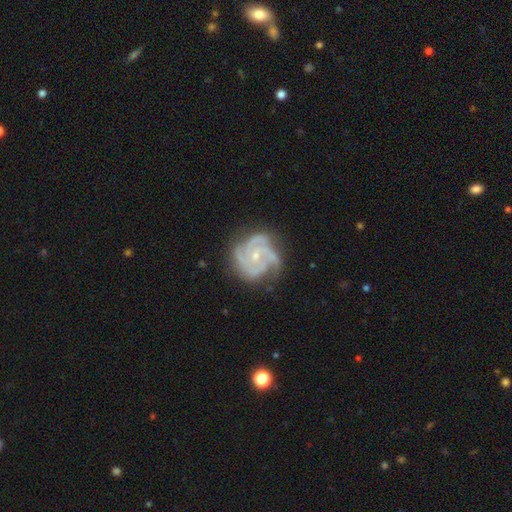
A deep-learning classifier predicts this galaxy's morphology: A featured or disk galaxy (90%) with no bar (73%), 3 (63%) tight (63%) spiral arms (98%) and a small central bulge (67%). Merging: none (71%).